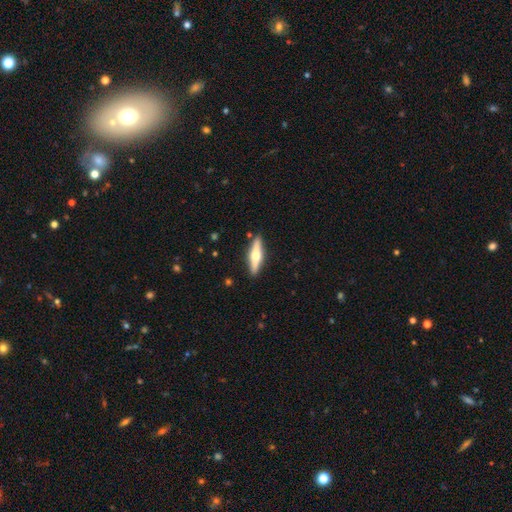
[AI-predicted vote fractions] featured or disk 58%, smooth 37%, star or artifact 5%. Down the decision tree: edge-on disk — yes (95%); edge-on bulge — rounded (93%); merging — none (89%).